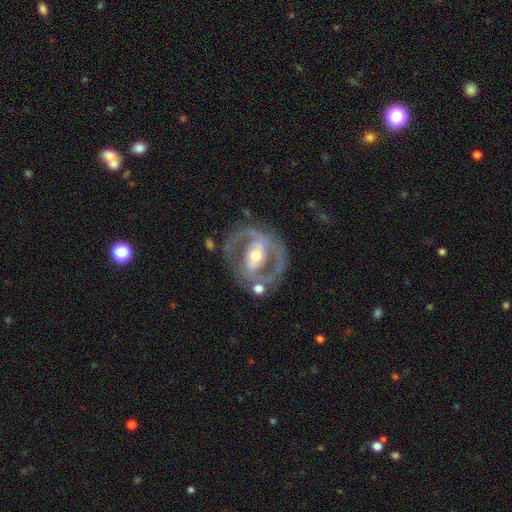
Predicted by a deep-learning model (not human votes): Smooth or featured? Predicted: featured or disk (p=0.83). Edge-on disk? Predicted: no (p=0.96). Bar? Predicted: strong (p=0.43). Spiral arms? Predicted: yes (p=0.73). Spiral winding? Predicted: medium (p=0.47). Spiral arm count? Predicted: 2 (p=0.81). Bulge size? Predicted: moderate (p=0.70). Merging? Predicted: none (p=0.69).